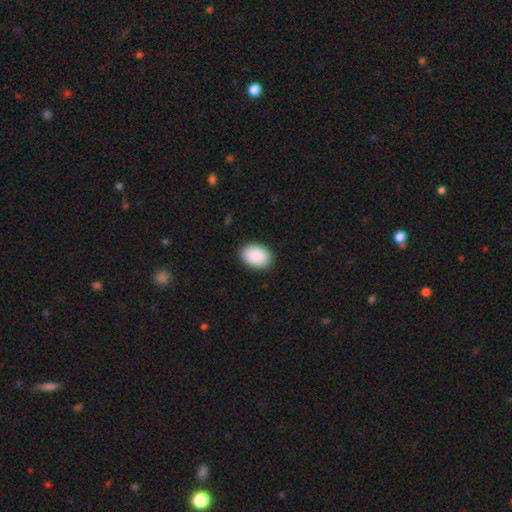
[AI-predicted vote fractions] The model was most divided on "how rounded": in between: 87%, round: 12%, cigar-shaped: 1%. More confident: smooth or featured — smooth (91%); merging — none (89%).